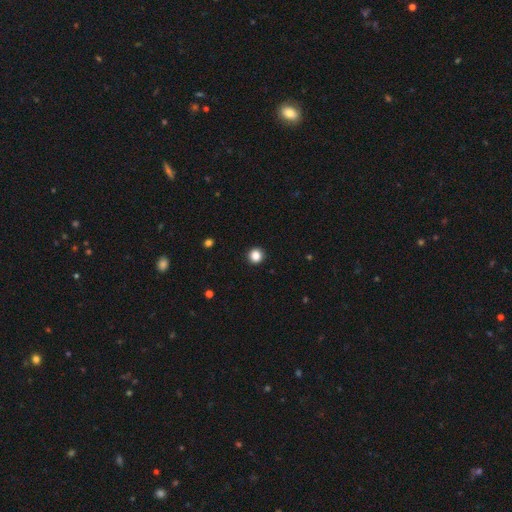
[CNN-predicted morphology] This appears to be a smooth galaxy with no disk features (85%) that is round (95%). Merging: none (93%).